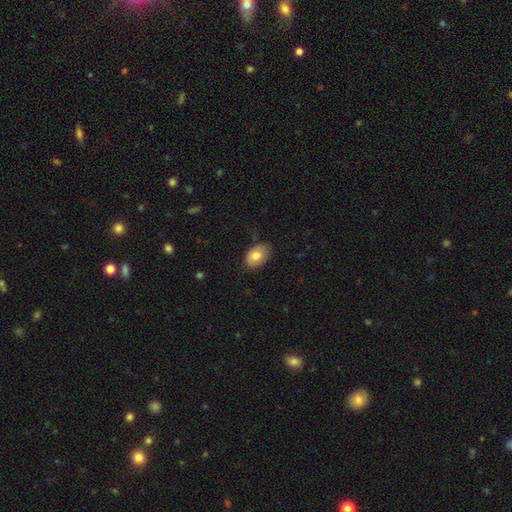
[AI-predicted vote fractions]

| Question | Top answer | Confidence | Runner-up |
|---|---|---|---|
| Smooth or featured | smooth | 77% | featured or disk (16%) |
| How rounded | in between | 87% | round (12%) |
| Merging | none | 77% | minor disturbance (19%) |